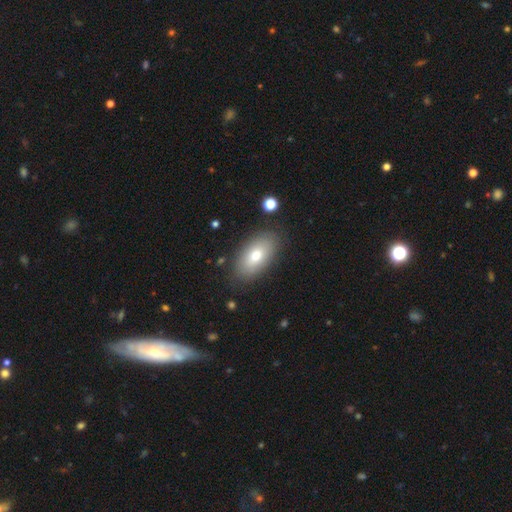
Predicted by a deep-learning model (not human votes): Smooth or featured? Predicted: smooth (p=0.74). How rounded? Predicted: in between (p=0.92). Merging? Predicted: none (p=0.84).